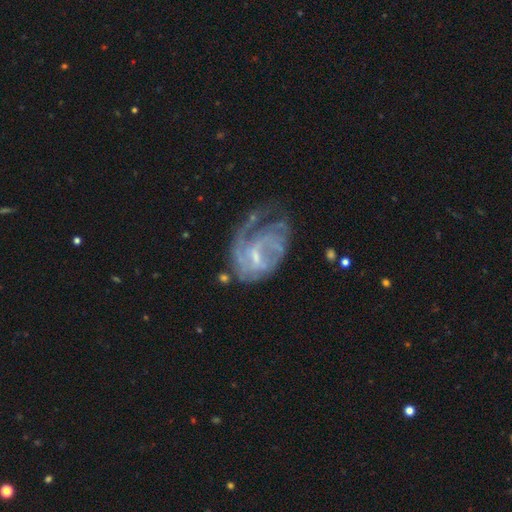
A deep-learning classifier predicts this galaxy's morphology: Smooth or featured: featured or disk — 79% (smooth — 13%)
Edge-on disk: no — 97% (yes — 3%)
Bar: weak — 55% (no — 32%)
Spiral arms: yes — 82% (no — 18%)
Spiral winding: tight — 40% (medium — 38%)
Spiral arm count: can't tell — 37% (1 — 27%)
Bulge size: small — 56% (moderate — 24%)
Merging: major disturbance — 42% (none — 31%)